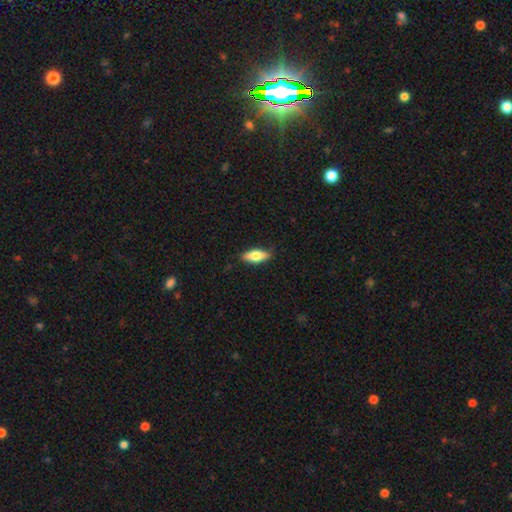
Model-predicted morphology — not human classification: Smooth or featured? Predicted: smooth (p=0.67). How rounded? Predicted: in between (p=0.69). Merging? Predicted: none (p=0.88).